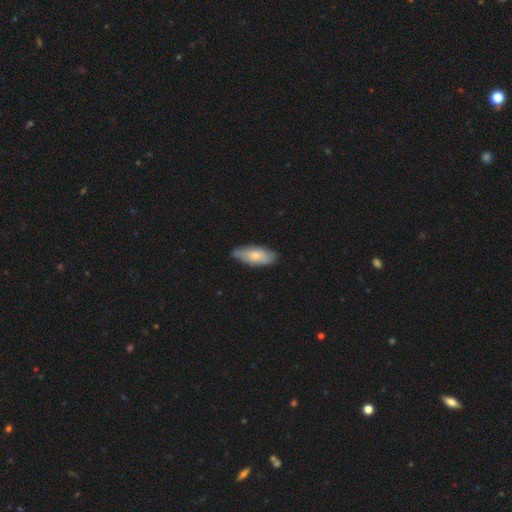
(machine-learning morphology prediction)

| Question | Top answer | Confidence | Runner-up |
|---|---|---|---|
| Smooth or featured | smooth | 68% | featured or disk (26%) |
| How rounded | in between | 81% | cigar-shaped (17%) |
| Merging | none | 68% | minor disturbance (27%) |